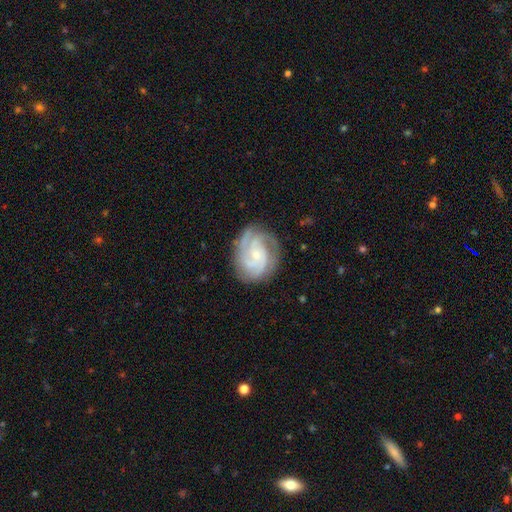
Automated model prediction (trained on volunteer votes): smooth_or_featured: featured or disk (p=0.87) [alt: smooth p=0.08]
disk_edge_on: no (p=0.98) [alt: yes p=0.02]
bar: no (p=0.67) [alt: weak p=0.27]
has_spiral_arms: yes (p=0.98) [alt: no p=0.02]
spiral_winding: tight (p=0.59) [alt: medium p=0.35]
spiral_arm_count: 3 (p=0.47) [alt: 2 p=0.21]
bulge_size: small (p=0.73) [alt: moderate p=0.22]
merging: none (p=0.77) [alt: minor disturbance p=0.16]